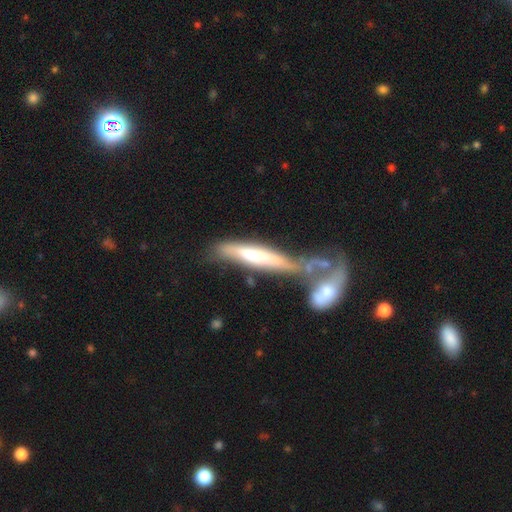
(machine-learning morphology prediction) The model was most divided on "smooth or featured": smooth: 48%, featured or disk: 46%, star or artifact: 6%. Remaining: merging — merger (48%).